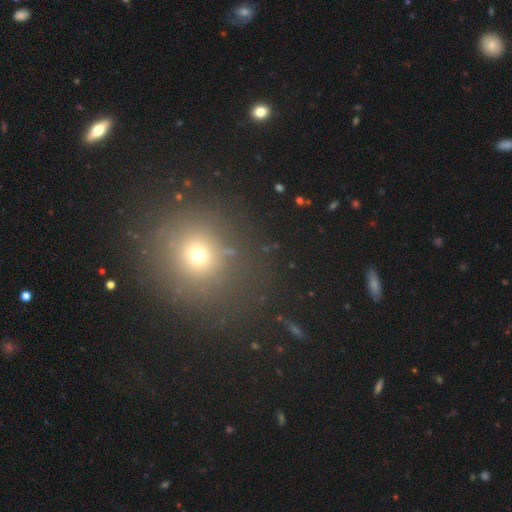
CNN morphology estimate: A smooth galaxy with no disk features (60%) that is round (83%).

Vote fractions:
- Smooth or featured? smooth: 60% / star or artifact: 31% / featured or disk: 9%
- How rounded? round: 83% / in between: 16% / cigar-shaped: 1%
- Merging? none: 87% / minor disturbance: 8% / major disturbance: 4% / merger: 2%